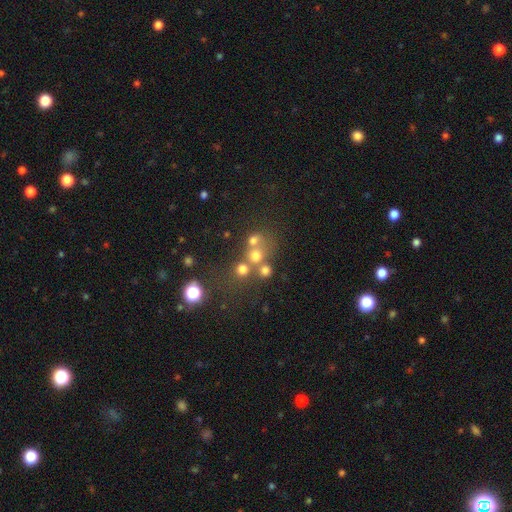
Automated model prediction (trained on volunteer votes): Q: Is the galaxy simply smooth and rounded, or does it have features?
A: smooth — 54%.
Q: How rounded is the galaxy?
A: round — 83%.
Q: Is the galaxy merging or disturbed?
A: none — 45%.